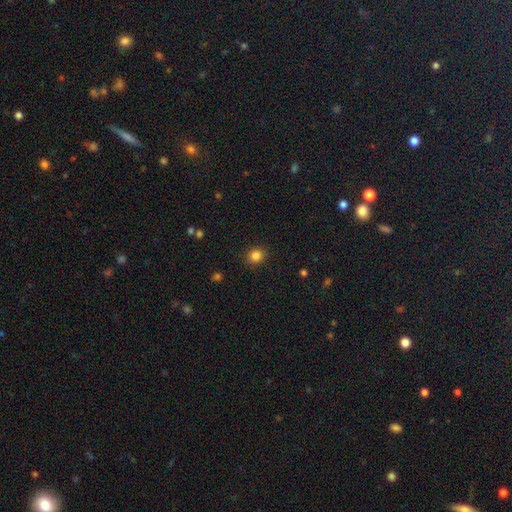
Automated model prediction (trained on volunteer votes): Smooth or featured? Predicted: smooth (p=0.85). How rounded? Predicted: round (p=0.80). Merging? Predicted: none (p=0.89).